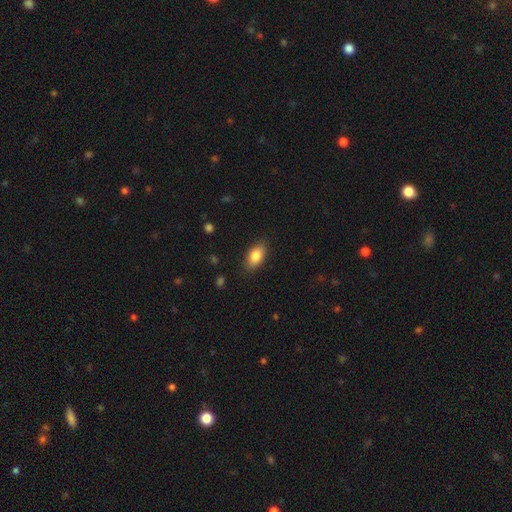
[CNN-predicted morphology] smooth-or-featured: smooth: 84% | featured or disk: 9% | star or artifact: 7%
  how-rounded: in between: 90% | round: 6% | cigar-shaped: 4%
  merging: none: 86% | minor disturbance: 10% | major disturbance: 3% | merger: 1%